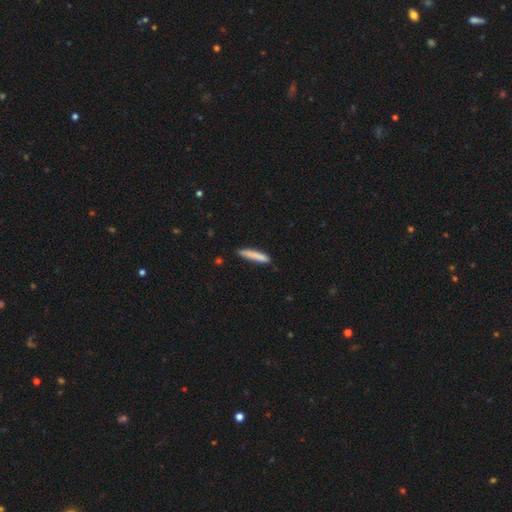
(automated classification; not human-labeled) This appears to be a smooth galaxy with no disk features (83%) that is cigar-shaped (91%). Merging: none (83%).